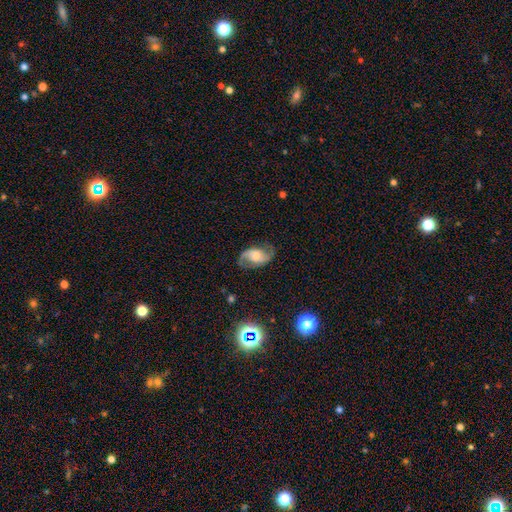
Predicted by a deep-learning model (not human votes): Smooth or featured? featured or disk (82%)
Edge-on disk? no (97%)
Bar? no (52%)
Spiral arms? yes (95%)
Spiral winding? loose (46%)
Spiral arm count? 2 (92%)
Bulge size? moderate (45%)
Merging? none (77%)